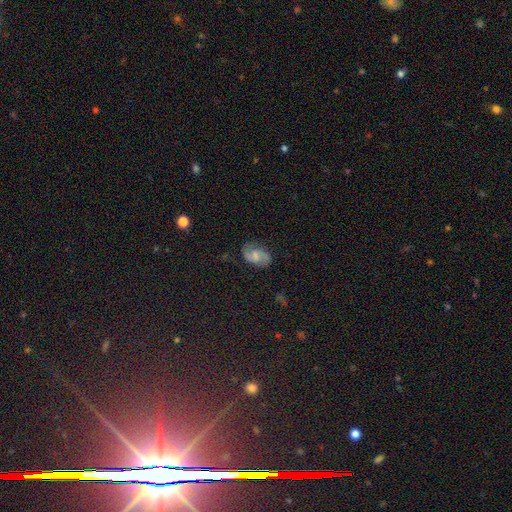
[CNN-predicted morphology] Smooth or featured?
  - featured or disk: 72% *
  - smooth: 20%
  - star or artifact: 8%
Edge-on disk?
  - no: 97% *
  - yes: 3%
Bar?
  - weak: 54% *
  - no: 34%
  - strong: 12%
Spiral arms?
  - yes: 94% *
  - no: 6%
Spiral winding?
  - medium: 49% *
  - loose: 34%
  - tight: 17%
Spiral arm count?
  - 2: 90% *
  - can't tell: 5%
  - 1: 3%
  - 3: 1%
  - 4: 1%
  - more than 4: 1%
Bulge size?
  - moderate: 36% *
  - small: 34%
  - none: 23%
  - large: 6%
  - dominant: 1%
Merging?
  - none: 76% *
  - minor disturbance: 17%
  - major disturbance: 6%
  - merger: 2%